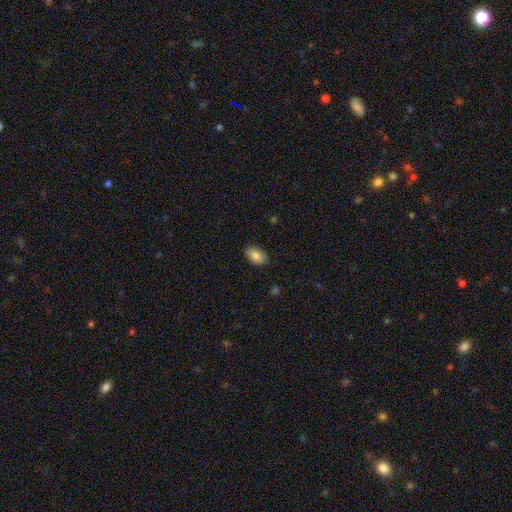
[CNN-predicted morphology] The model was most divided on "merging": none: 86%, minor disturbance: 11%, major disturbance: 2%, merger: 1%. More confident: how rounded — in between (92%); smooth or featured — smooth (85%).